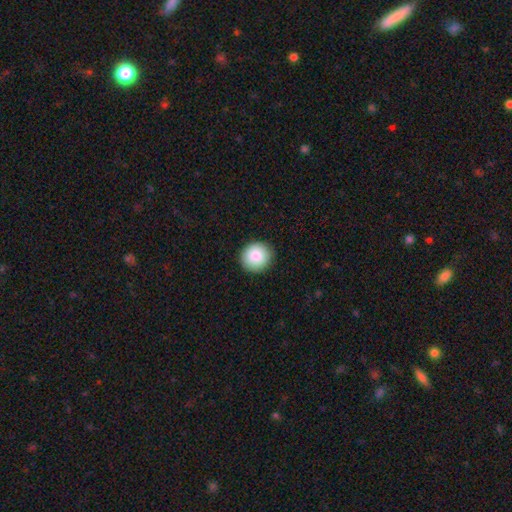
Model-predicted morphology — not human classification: Smooth or featured: smooth — 87% (star or artifact — 8%)
How rounded: round — 92% (in between — 7%)
Merging: none — 91% (minor disturbance — 7%)